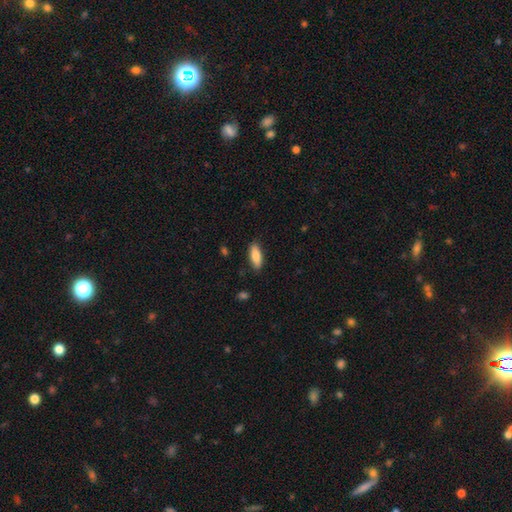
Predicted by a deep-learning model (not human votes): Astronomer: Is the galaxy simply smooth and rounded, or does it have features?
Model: smooth — 83%.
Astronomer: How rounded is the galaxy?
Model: in between — 70%.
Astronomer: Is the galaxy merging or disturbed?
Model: none — 86%.